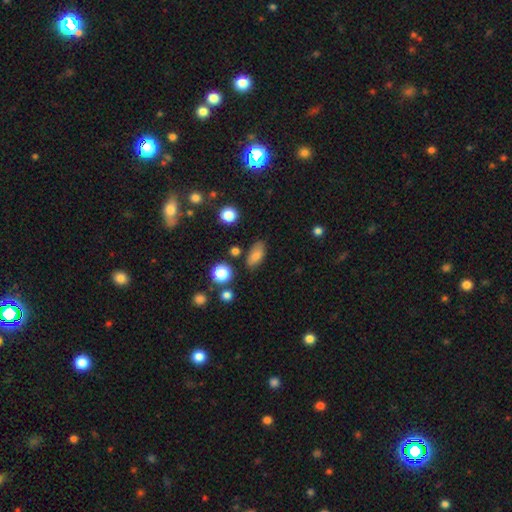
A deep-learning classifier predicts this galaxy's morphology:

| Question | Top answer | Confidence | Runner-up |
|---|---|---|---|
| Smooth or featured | smooth | 79% | featured or disk (11%) |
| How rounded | in between | 84% | cigar-shaped (8%) |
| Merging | none | 74% | minor disturbance (17%) |